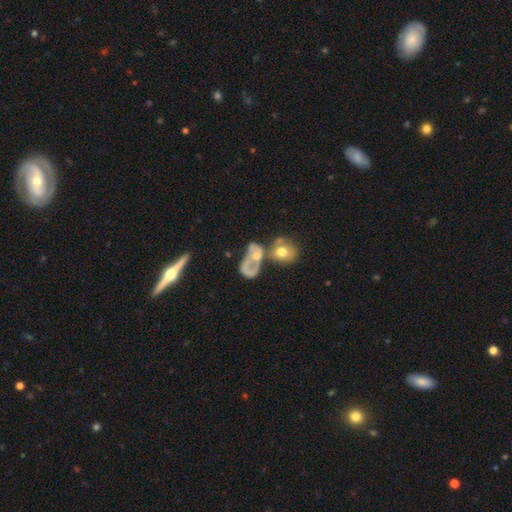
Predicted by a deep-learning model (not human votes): Smooth or featured? featured or disk (52%)
Edge-on disk? no (89%)
Merging? merger (47%)